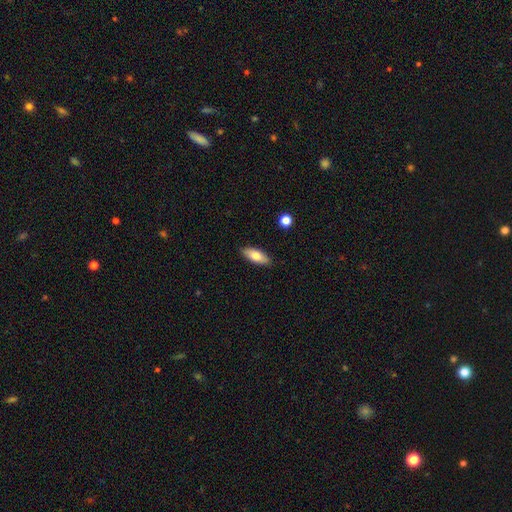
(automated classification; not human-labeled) smooth-or-featured: smooth: 76% | featured or disk: 17% | star or artifact: 7%
  how-rounded: in between: 78% | cigar-shaped: 20% | round: 2%
  merging: none: 88% | minor disturbance: 9% | major disturbance: 2% | merger: 1%